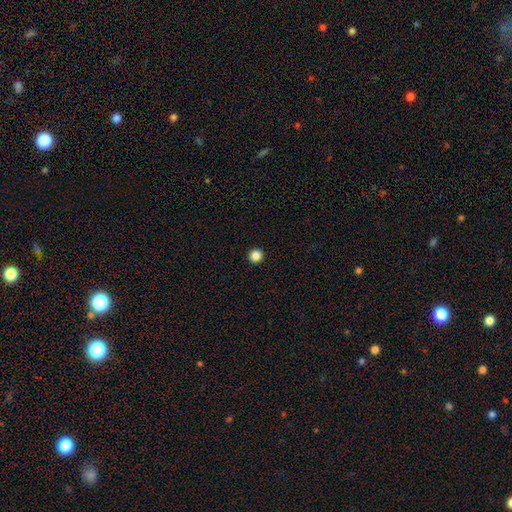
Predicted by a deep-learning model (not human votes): Q: Smooth or featured?
A: smooth (86%); runner-up: star or artifact (11%)
Q: How rounded?
A: round (96%); runner-up: in between (3%)
Q: Merging?
A: none (94%); runner-up: minor disturbance (3%)